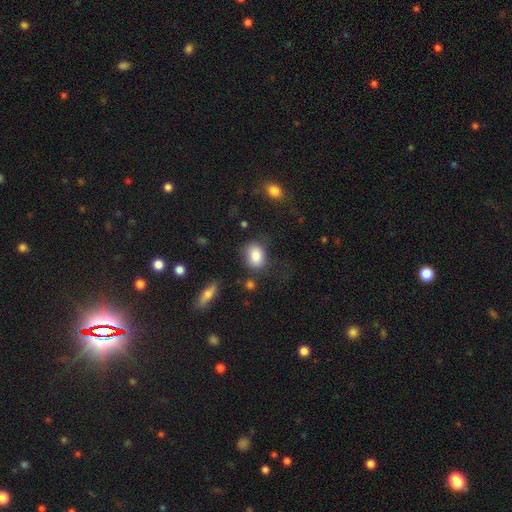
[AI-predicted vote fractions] A smooth galaxy with no disk features (82%) that is in between round and cigar-shaped (70%). Merging: none (67%).